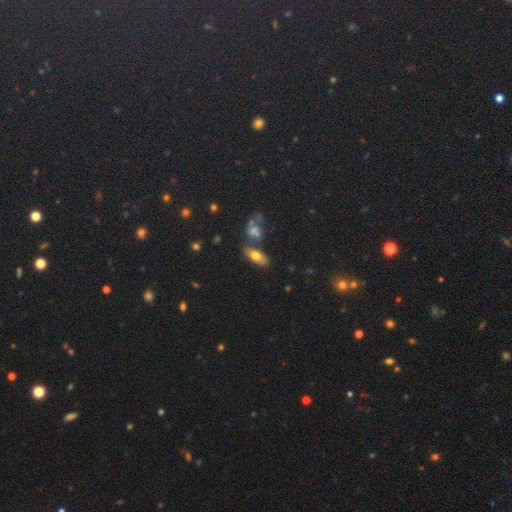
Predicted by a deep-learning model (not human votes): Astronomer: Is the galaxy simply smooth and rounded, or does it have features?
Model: smooth — 67%.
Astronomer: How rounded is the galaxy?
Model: in between — 84%.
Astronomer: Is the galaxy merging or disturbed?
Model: none — 61%.